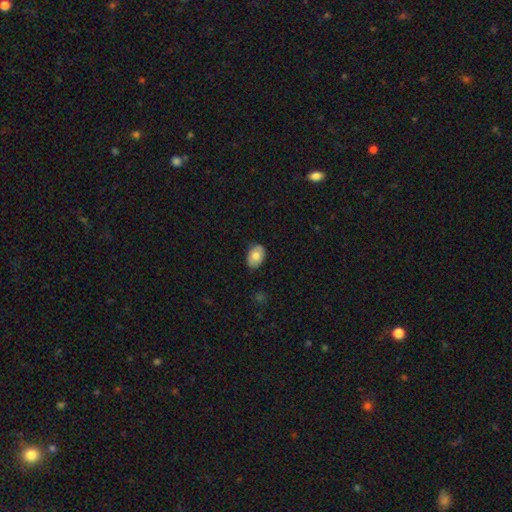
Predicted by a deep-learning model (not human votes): Smooth or featured? smooth (77%)
How rounded? in between (86%)
Merging? none (83%)